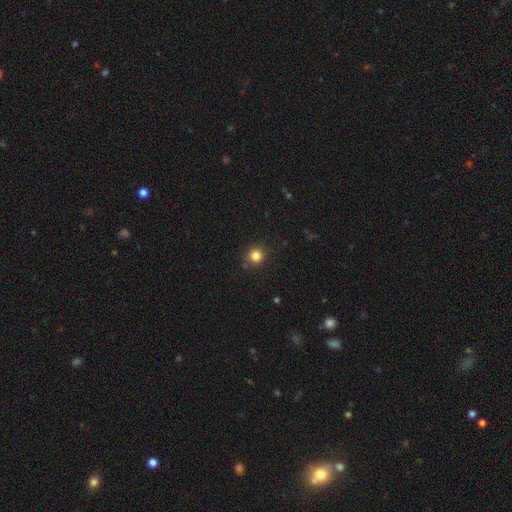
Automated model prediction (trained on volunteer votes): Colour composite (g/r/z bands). It shows a smooth galaxy with no disk features (83%) that is round (90%). Merging: none (87%).